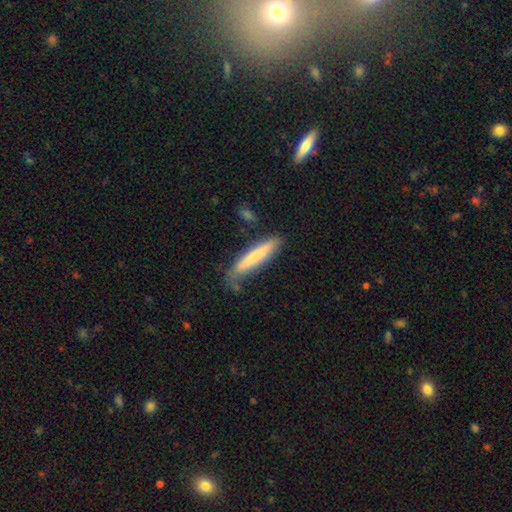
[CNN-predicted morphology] smooth-or-featured: smooth: 68% | featured or disk: 27% | star or artifact: 6%
  how-rounded: cigar-shaped: 89% | in between: 9% | round: 1%
  merging: none: 67% | minor disturbance: 23% | major disturbance: 6% | merger: 4%